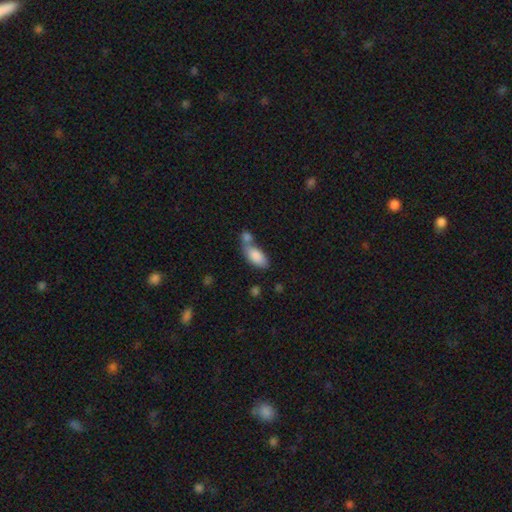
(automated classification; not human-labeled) Q: Smooth or featured?
A: smooth (85%); runner-up: featured or disk (8%)
Q: How rounded?
A: in between (89%); runner-up: cigar-shaped (9%)
Q: Merging?
A: merger (47%); runner-up: none (34%)